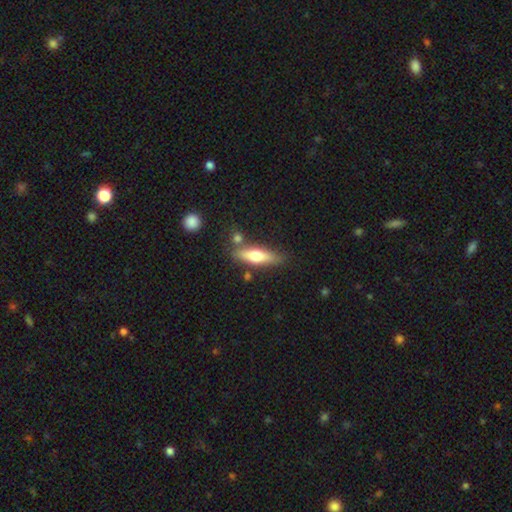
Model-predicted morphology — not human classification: Q: Smooth or featured?
A: smooth (55%); runner-up: featured or disk (39%)
Q: How rounded?
A: cigar-shaped (63%); runner-up: in between (34%)
Q: Merging?
A: none (73%); runner-up: minor disturbance (14%)